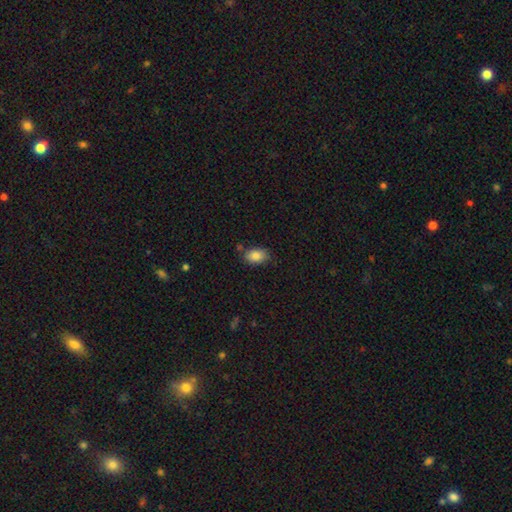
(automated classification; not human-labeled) A smooth galaxy with no disk features (85%) that is in between round and cigar-shaped (88%).

Vote fractions:
- Smooth or featured? smooth: 85% / star or artifact: 8% / featured or disk: 7%
- How rounded? in between: 88% / round: 11% / cigar-shaped: 1%
- Merging? none: 78% / minor disturbance: 14% / merger: 5% / major disturbance: 3%